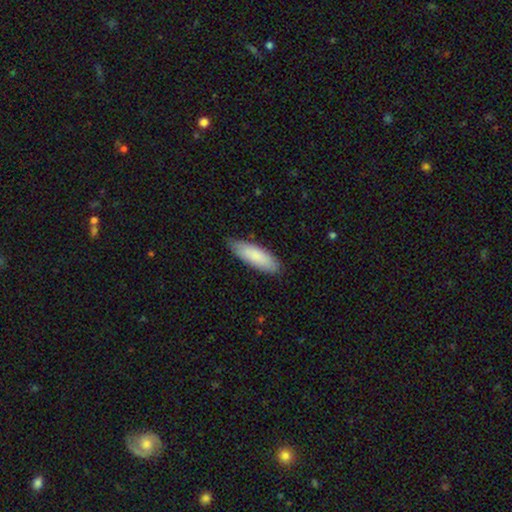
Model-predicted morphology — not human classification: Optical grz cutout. It shows a smooth galaxy with no disk features (85%) that is in between round and cigar-shaped (57%). Merging: none (80%).